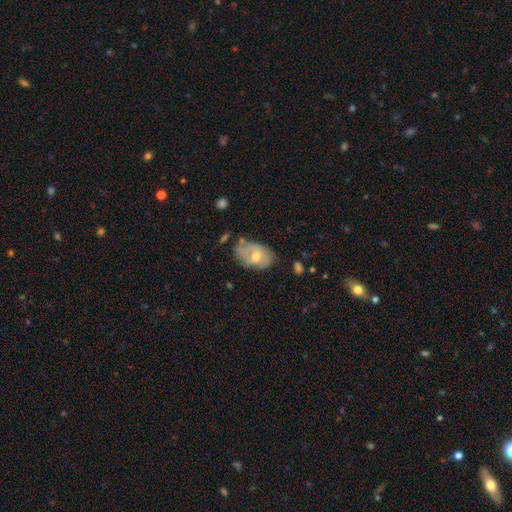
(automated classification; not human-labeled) Smooth or featured: smooth — 53% (featured or disk — 41%)
How rounded: in between — 88% (round — 11%)
Merging: none — 51% (minor disturbance — 32%)